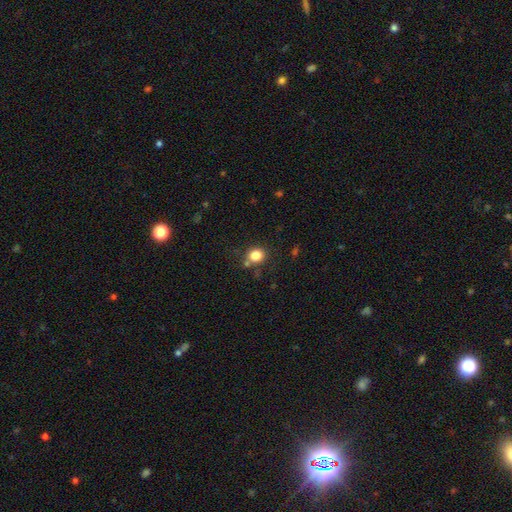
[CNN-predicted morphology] The model was most divided on "how rounded": round: 76%, in between: 23%, cigar-shaped: 1%. More confident: smooth or featured — smooth (83%); merging — none (73%).